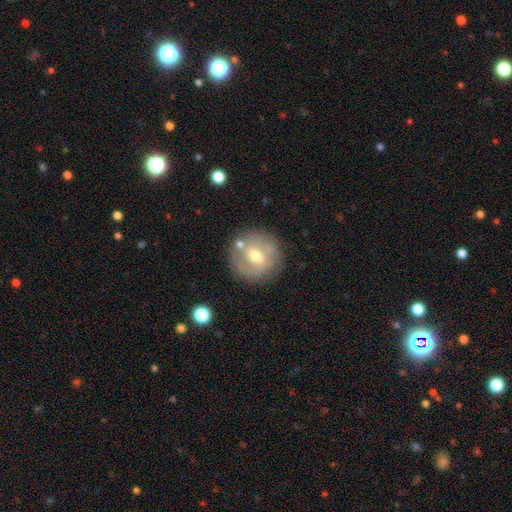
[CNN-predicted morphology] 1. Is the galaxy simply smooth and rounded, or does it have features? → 52% featured or disk, 40% smooth, 8% star or artifact.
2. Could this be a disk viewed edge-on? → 95% no, 5% yes.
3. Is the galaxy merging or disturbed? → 78% none, 12% minor disturbance, 5% merger, 5% major disturbance.